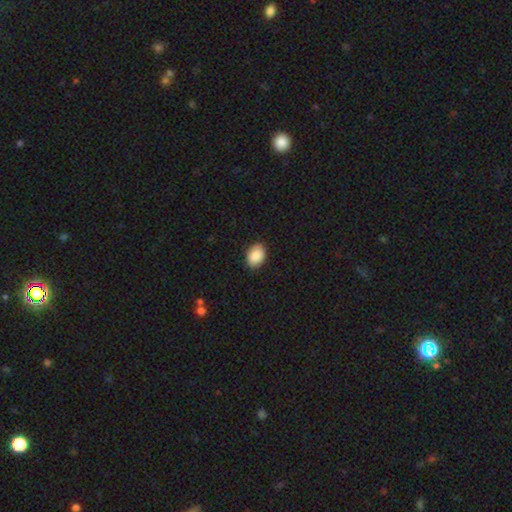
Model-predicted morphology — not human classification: type=smooth (90%); roundness=in between (79%); merging=none (86%).